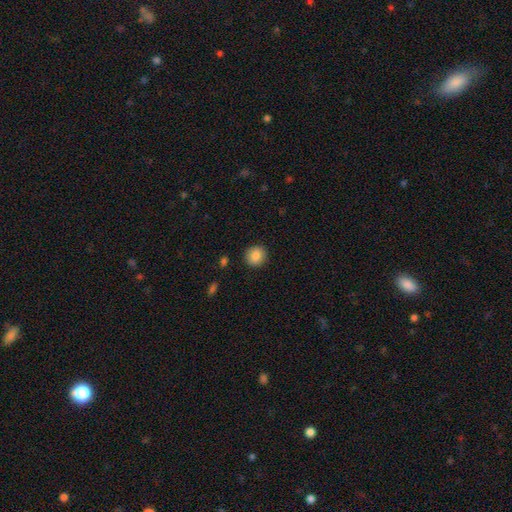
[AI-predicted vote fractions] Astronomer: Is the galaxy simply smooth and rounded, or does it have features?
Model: smooth — 86%.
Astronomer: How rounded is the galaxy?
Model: round — 87%.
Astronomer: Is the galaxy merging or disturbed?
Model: none — 90%.